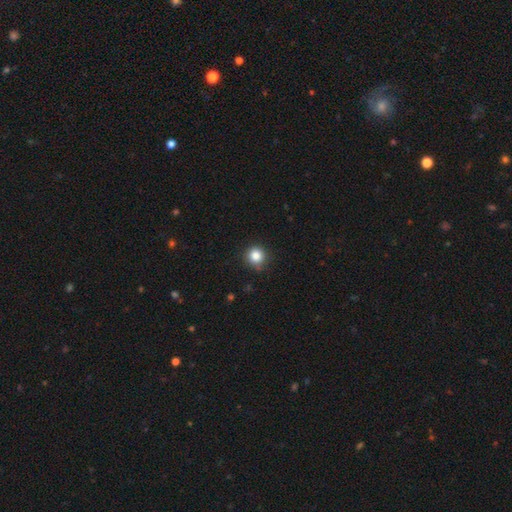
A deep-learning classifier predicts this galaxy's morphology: Smooth or featured?
  - smooth: 84% *
  - star or artifact: 11%
  - featured or disk: 5%
How rounded?
  - round: 93% *
  - in between: 6%
  - cigar-shaped: 1%
Merging?
  - none: 87% *
  - minor disturbance: 10%
  - major disturbance: 2%
  - merger: 1%